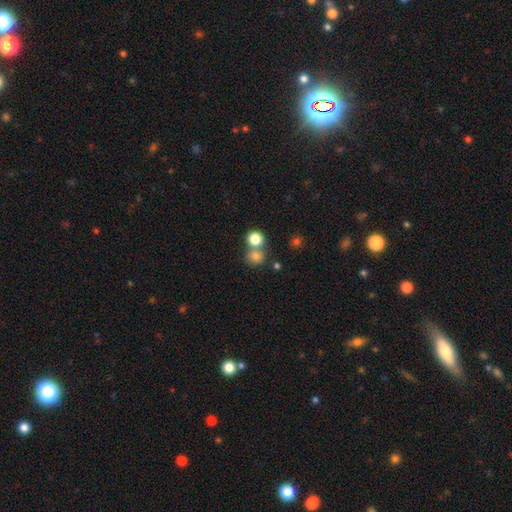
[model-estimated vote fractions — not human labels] Smooth or featured? smooth (78%)
How rounded? round (86%)
Merging? none (56%)